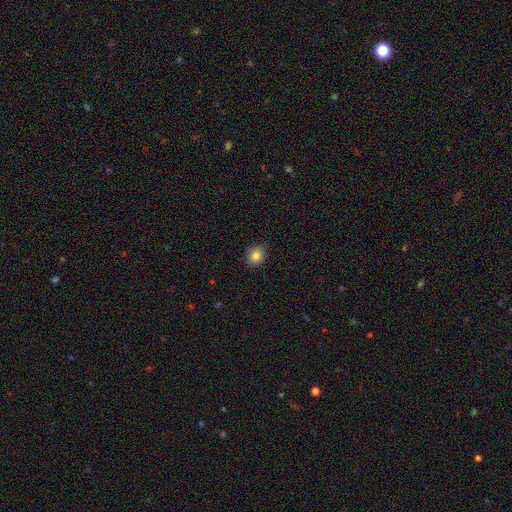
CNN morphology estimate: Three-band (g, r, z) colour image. It shows a smooth galaxy with no disk features (85%) that is round (78%). Merging: none (85%).